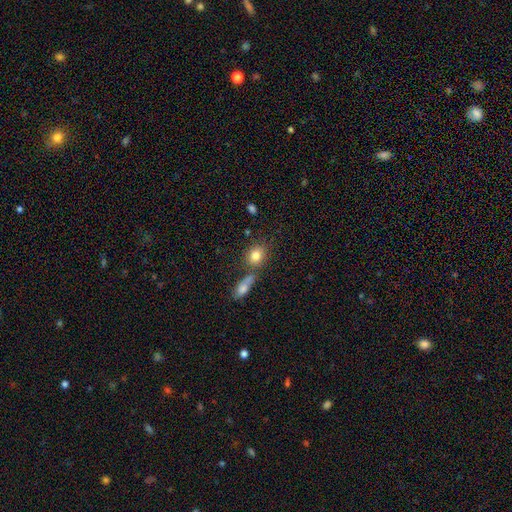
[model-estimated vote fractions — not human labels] smooth 82%, featured or disk 9%, star or artifact 9%. Down the decision tree: how rounded — round (53%); merging — none (60%).